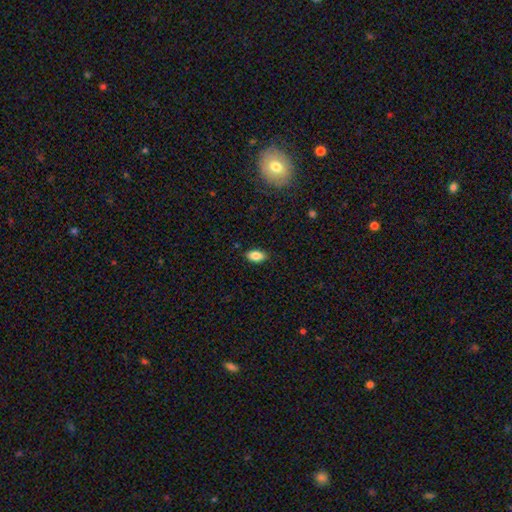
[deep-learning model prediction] Smooth or featured? smooth (85%)
How rounded? in between (91%)
Merging? none (87%)